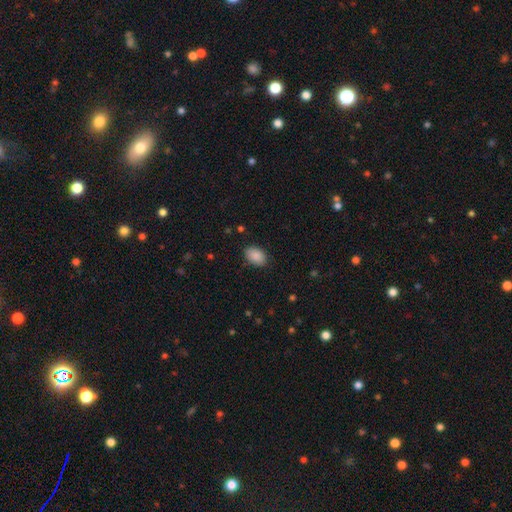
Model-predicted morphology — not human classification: Smooth or featured? smooth (89%)
How rounded? in between (85%)
Merging? none (83%)